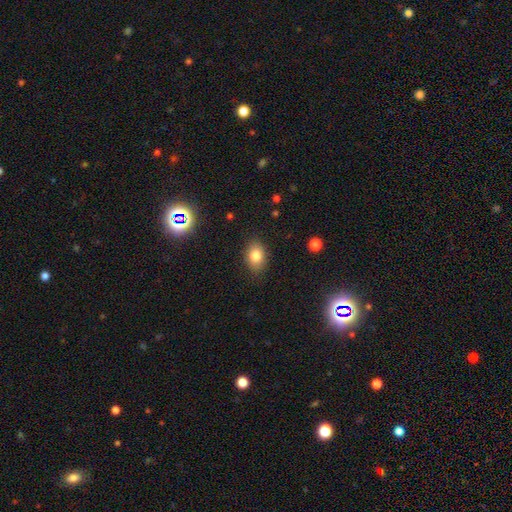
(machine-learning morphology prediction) smooth 81%, star or artifact 10%, featured or disk 9%. Down the decision tree: how rounded — in between (80%); merging — none (85%).